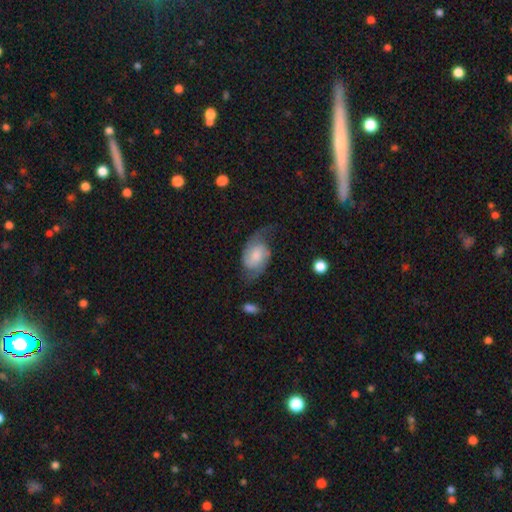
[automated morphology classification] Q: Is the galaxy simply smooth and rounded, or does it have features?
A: featured or disk — 74%.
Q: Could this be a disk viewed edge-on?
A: no — 97%.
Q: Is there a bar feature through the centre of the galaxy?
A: no — 57%.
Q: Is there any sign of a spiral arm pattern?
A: yes — 94%.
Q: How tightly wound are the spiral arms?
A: loose — 46%.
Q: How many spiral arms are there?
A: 2 — 90%.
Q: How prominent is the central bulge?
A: moderate — 36%.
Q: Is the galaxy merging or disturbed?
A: none — 55%.